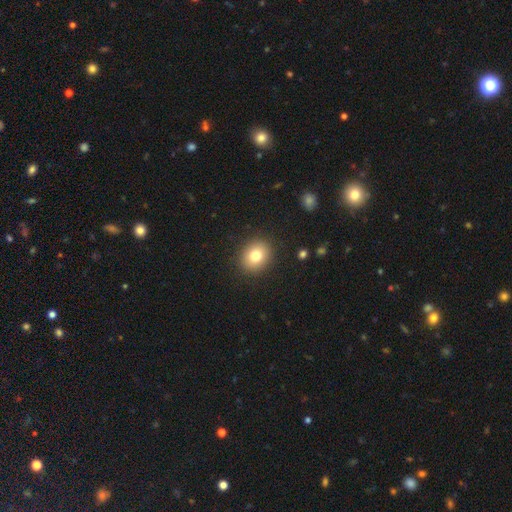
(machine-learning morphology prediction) A smooth galaxy with no disk features (79%) that is round (62%). Merging: none (89%).